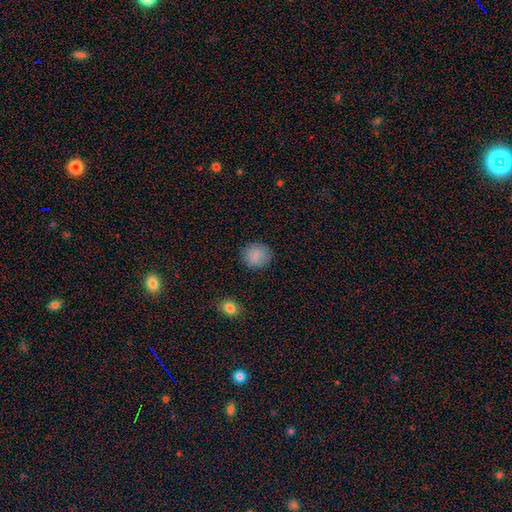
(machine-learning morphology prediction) Smooth or featured?
  - smooth: 87% *
  - star or artifact: 8%
  - featured or disk: 5%
How rounded?
  - round: 85% *
  - in between: 14%
  - cigar-shaped: 1%
Merging?
  - none: 88% *
  - minor disturbance: 9%
  - major disturbance: 3%
  - merger: 1%